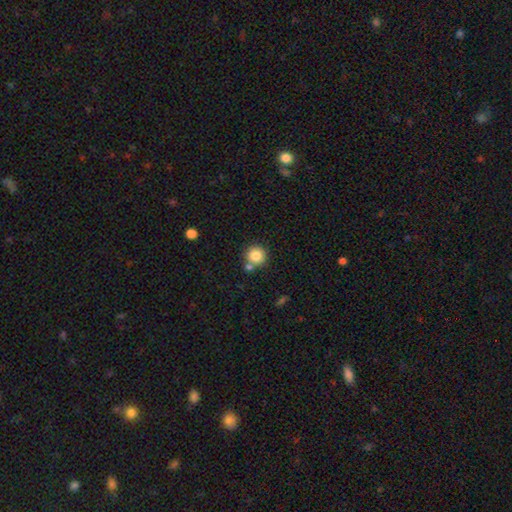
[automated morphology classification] Smooth or featured: smooth — 83% (star or artifact — 10%)
How rounded: round — 93% (in between — 6%)
Merging: none — 74% (merger — 16%)